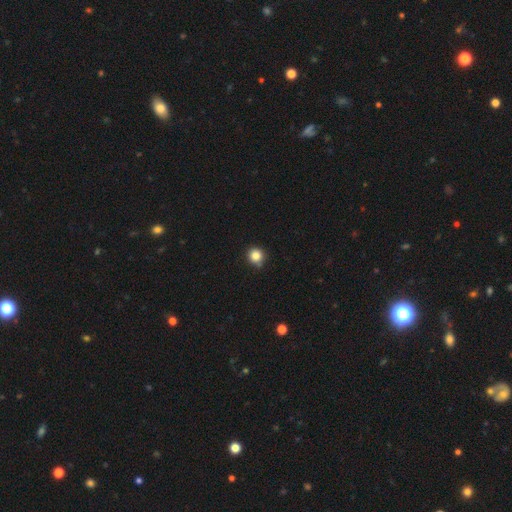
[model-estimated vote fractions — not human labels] Morphology: type=smooth (84%); roundness=round (94%); merging=none (82%).